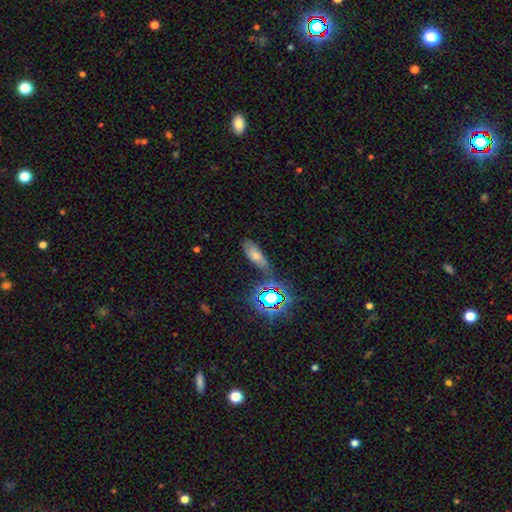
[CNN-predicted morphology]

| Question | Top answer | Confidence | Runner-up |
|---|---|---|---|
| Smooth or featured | smooth | 43% | star or artifact (38%) |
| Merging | none | 68% | minor disturbance (18%) |